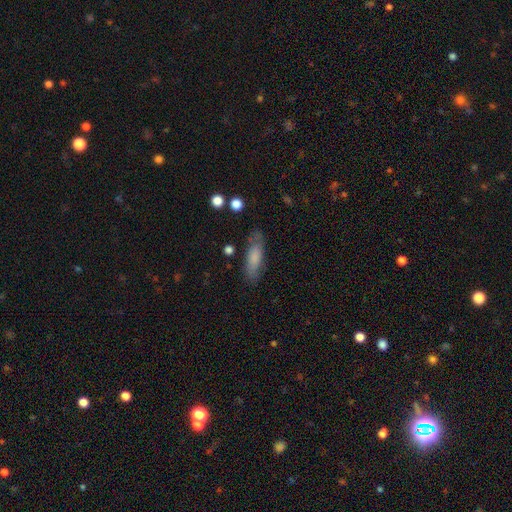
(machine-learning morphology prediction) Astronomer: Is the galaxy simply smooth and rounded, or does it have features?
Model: smooth — 63%.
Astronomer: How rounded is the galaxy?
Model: in between — 49%, tied with cigar-shaped at 49%.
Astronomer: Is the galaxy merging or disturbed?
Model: none — 79%.